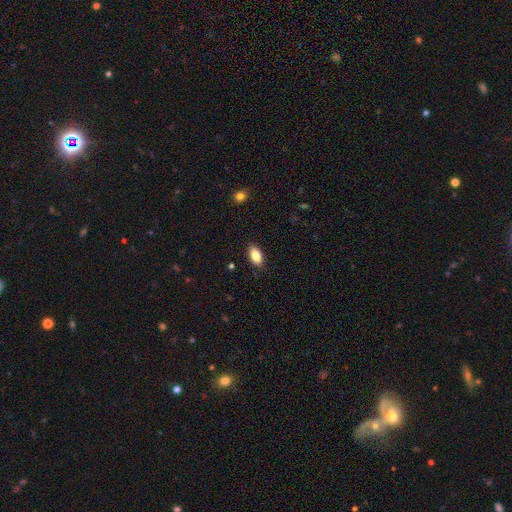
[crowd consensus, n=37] This is clearly a smooth galaxy (95%). How rounded: clearly in between (91%). Merging: clearly none (89%).